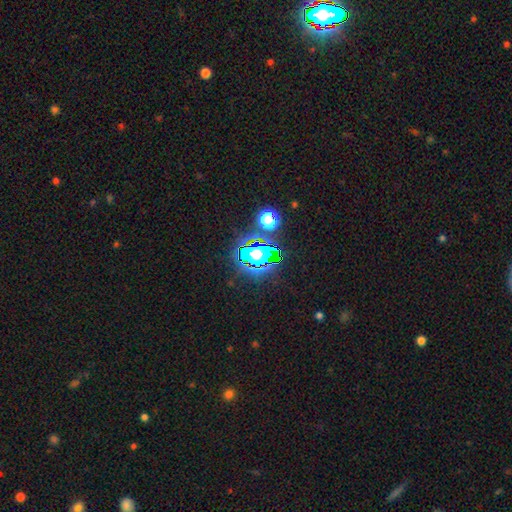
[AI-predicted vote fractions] Smooth or featured?
  - star or artifact: 67% *
  - smooth: 20%
  - featured or disk: 13%